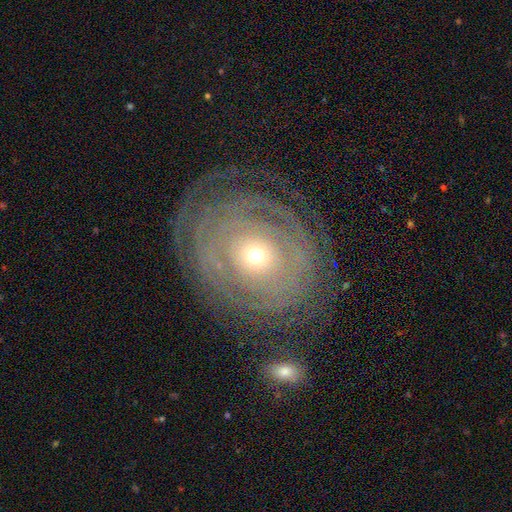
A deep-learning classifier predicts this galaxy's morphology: Q: Smooth or featured?
A: featured or disk (73%); runner-up: smooth (19%)
Q: Edge-on disk?
A: no (96%); runner-up: yes (4%)
Q: Bar?
A: no (85%); runner-up: weak (11%)
Q: Spiral arms?
A: yes (69%); runner-up: no (31%)
Q: Bulge size?
A: small (51%); runner-up: moderate (42%)
Q: Merging?
A: none (72%); runner-up: minor disturbance (15%)